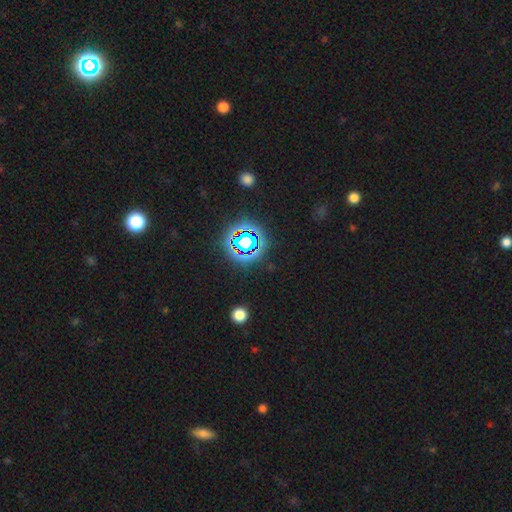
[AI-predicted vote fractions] Q: Smooth or featured?
A: star or artifact (80%); runner-up: smooth (13%)